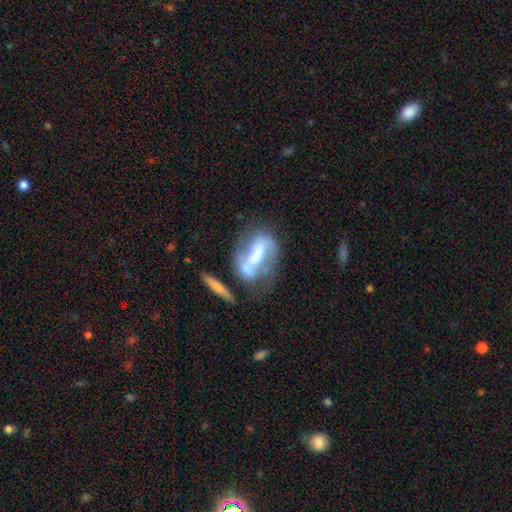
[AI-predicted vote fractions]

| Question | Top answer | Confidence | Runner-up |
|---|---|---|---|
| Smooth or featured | featured or disk | 67% | smooth (25%) |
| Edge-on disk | no | 90% | yes (10%) |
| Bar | strong | 53% | weak (28%) |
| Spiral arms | yes | 70% | no (30%) |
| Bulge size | moderate | 37% | large (23%) |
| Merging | none | 40% | merger (22%) |